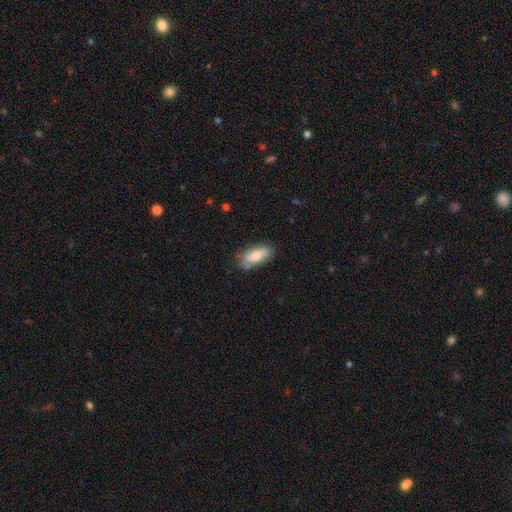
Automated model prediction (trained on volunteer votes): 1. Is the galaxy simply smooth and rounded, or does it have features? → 75% smooth, 19% featured or disk, 6% star or artifact.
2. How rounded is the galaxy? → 84% in between, 14% cigar-shaped, 3% round.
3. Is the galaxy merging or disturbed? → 75% none, 19% minor disturbance, 4% major disturbance, 2% merger.